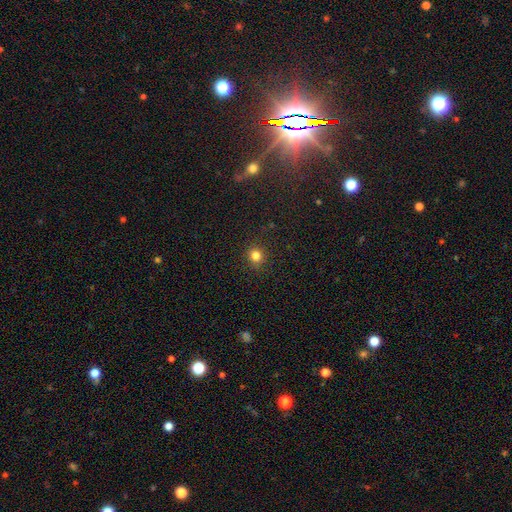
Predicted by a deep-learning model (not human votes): smooth 82%, star or artifact 14%, featured or disk 4%. Down the decision tree: how rounded — round (89%); merging — none (90%).